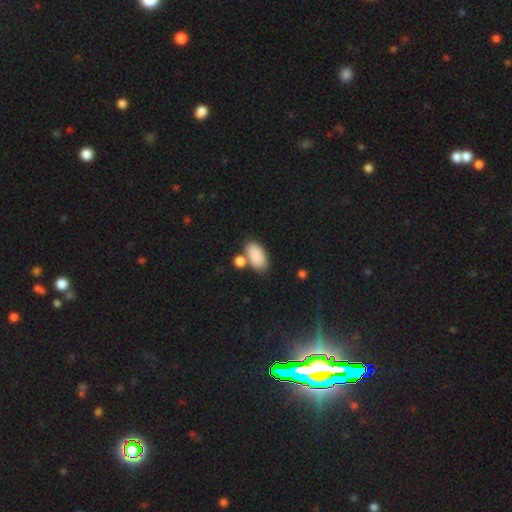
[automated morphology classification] smooth_or_featured: smooth (p=0.87) [alt: star or artifact p=0.07]
how_rounded: in between (p=0.93) [alt: round p=0.04]
merging: none (p=0.63) [alt: merger p=0.21]